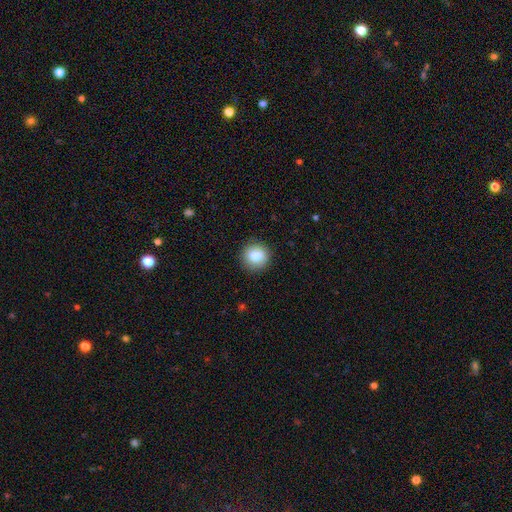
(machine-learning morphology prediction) Smooth or featured? smooth (83%)
How rounded? round (91%)
Merging? none (91%)